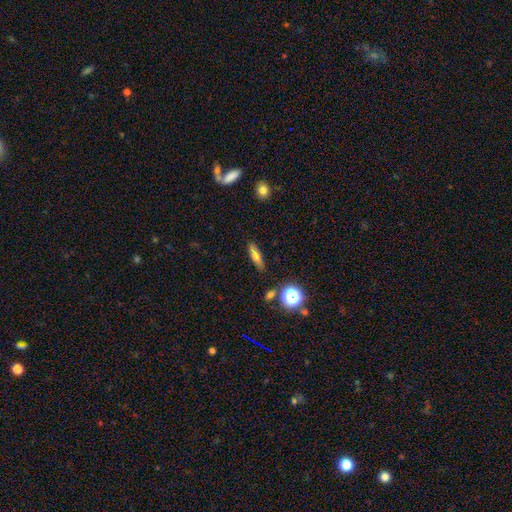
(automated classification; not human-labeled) Smooth or featured? Predicted: smooth (p=0.62). How rounded? Predicted: cigar-shaped (p=0.59). Merging? Predicted: none (p=0.85).